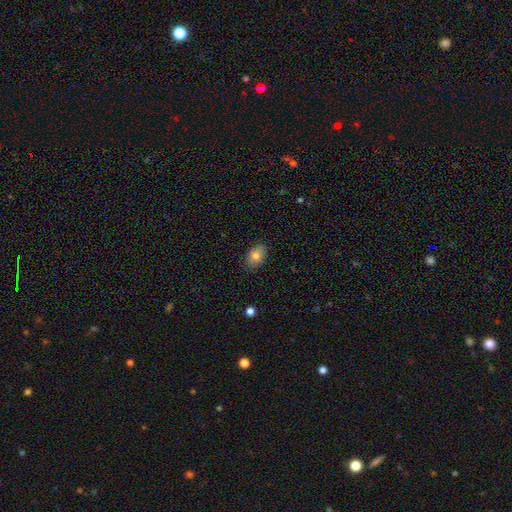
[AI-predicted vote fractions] This appears to be a smooth galaxy with no disk features (82%) that is in between round and cigar-shaped (86%). Merging: none (86%).